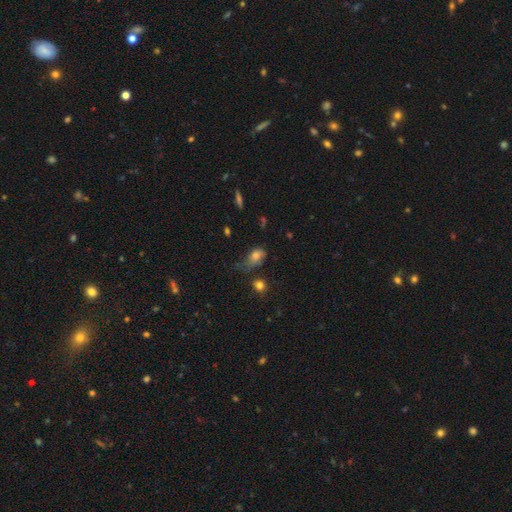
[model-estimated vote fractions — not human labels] Morphology: type=smooth (75%); roundness=in between (80%); merging=minor disturbance (37%).